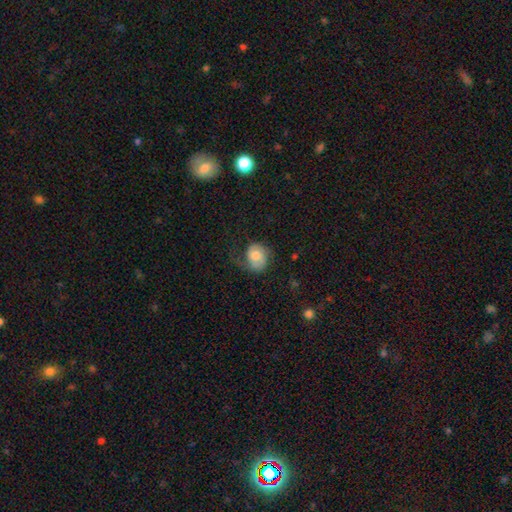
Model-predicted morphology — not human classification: The model was most divided on "smooth or featured": smooth: 53%, featured or disk: 40%, star or artifact: 8%. Remaining: how rounded — round (61%); merging — none (48%).